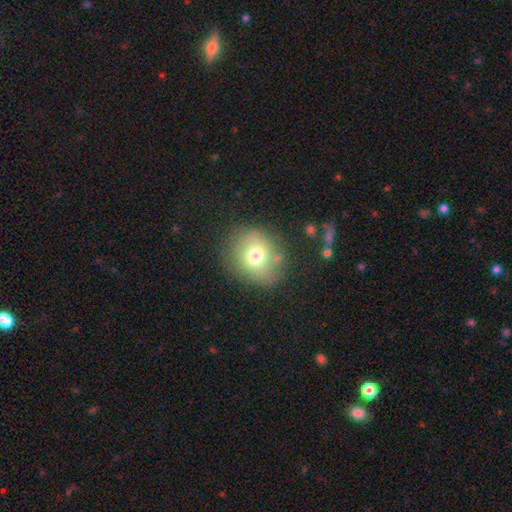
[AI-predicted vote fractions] A smooth galaxy with no disk features (71%) that is round (72%).

Vote fractions:
- Smooth or featured? smooth: 71% / featured or disk: 17% / star or artifact: 13%
- How rounded? round: 72% / in between: 27% / cigar-shaped: 1%
- Merging? none: 72% / minor disturbance: 17% / major disturbance: 7% / merger: 4%